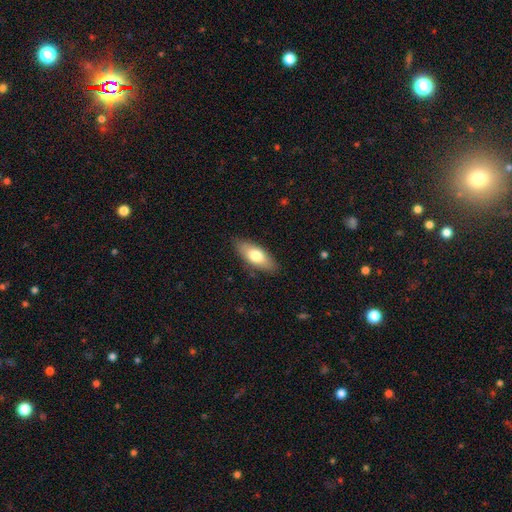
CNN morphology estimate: This appears to be a smooth galaxy with no disk features (72%) that is in between round and cigar-shaped (77%). Merging: none (86%).